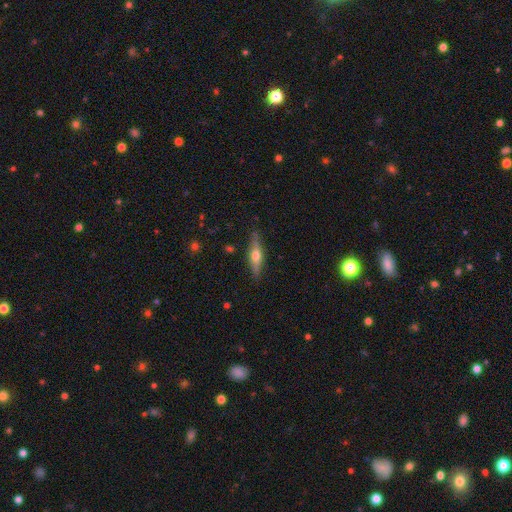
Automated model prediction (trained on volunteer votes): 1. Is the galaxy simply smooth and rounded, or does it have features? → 64% featured or disk, 29% smooth, 6% star or artifact.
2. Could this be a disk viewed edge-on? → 94% yes, 6% no.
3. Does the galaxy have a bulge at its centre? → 94% rounded, 4% boxy, 3% none.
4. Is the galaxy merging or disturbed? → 86% none, 11% minor disturbance, 2% major disturbance, 1% merger.